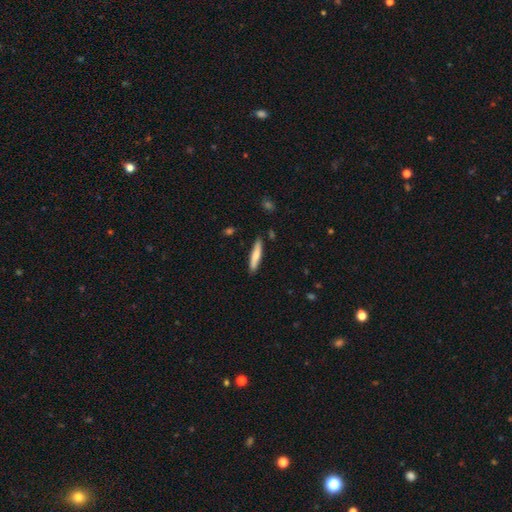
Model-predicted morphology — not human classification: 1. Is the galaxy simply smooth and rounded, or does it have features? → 70% smooth, 24% featured or disk, 5% star or artifact.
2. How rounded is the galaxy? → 89% cigar-shaped, 10% in between, 1% round.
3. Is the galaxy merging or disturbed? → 86% none, 10% minor disturbance, 2% merger, 2% major disturbance.